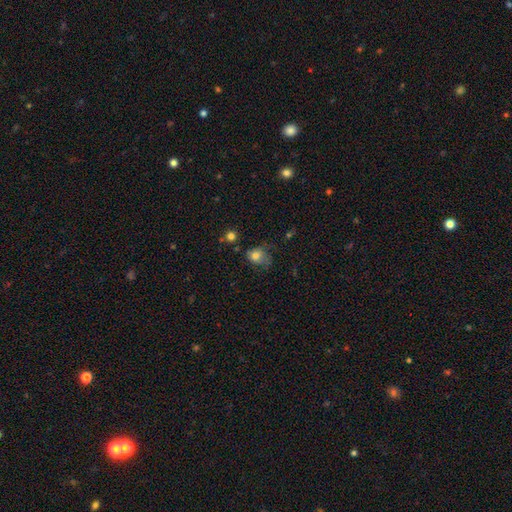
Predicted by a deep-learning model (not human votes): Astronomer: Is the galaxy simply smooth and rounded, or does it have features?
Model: smooth — 75%.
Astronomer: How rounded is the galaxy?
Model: round — 55% (runner-up: in between, 44%).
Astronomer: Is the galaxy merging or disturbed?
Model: none — 43% (runner-up: minor disturbance, 32%).